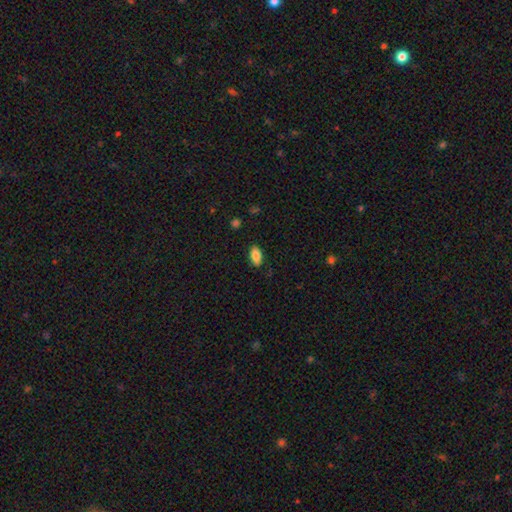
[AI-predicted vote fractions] Smooth or featured? smooth (86%)
How rounded? in between (91%)
Merging? none (86%)